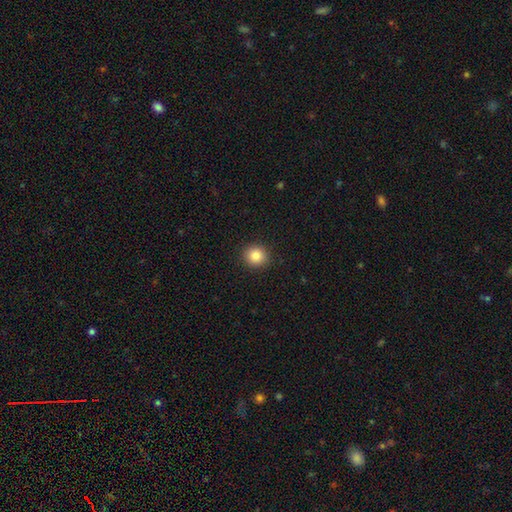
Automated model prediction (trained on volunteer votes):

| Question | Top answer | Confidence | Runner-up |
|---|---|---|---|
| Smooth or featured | smooth | 85% | star or artifact (10%) |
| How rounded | round | 89% | in between (10%) |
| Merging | none | 92% | minor disturbance (5%) |